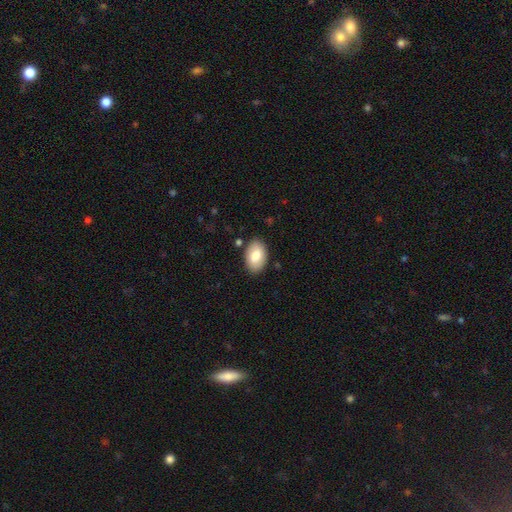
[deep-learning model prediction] Smooth or featured: smooth — 80% (featured or disk — 14%)
How rounded: in between — 91% (round — 8%)
Merging: none — 85% (minor disturbance — 10%)